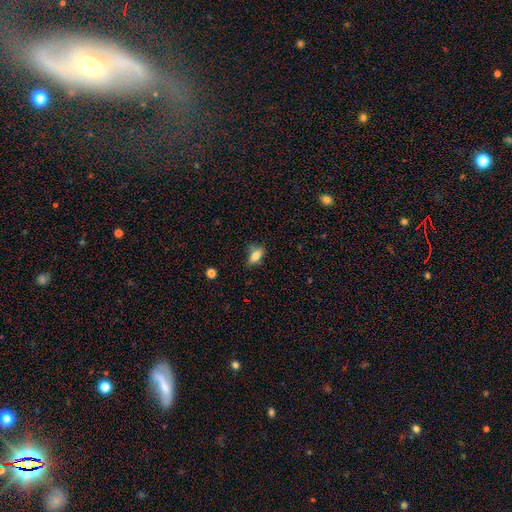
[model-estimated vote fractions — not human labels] Smooth or featured? smooth (78%)
How rounded? in between (83%)
Merging? none (63%)